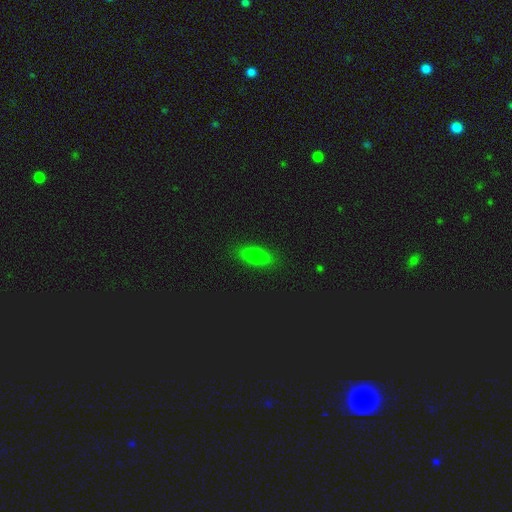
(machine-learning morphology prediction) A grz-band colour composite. It shows a smooth galaxy with no disk features (75%) that is in between round and cigar-shaped (65%). Merging: none (87%).